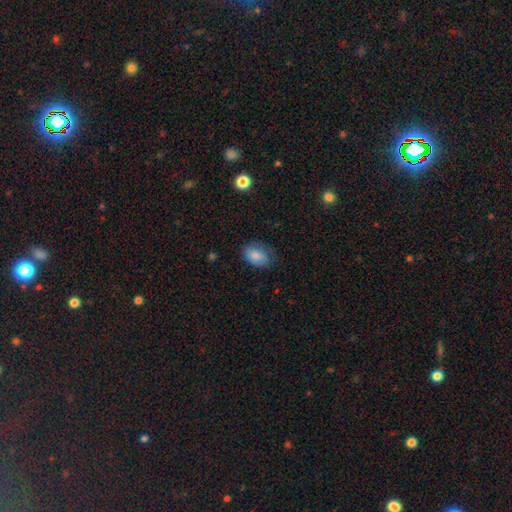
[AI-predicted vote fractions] Morphology: type=smooth (82%); roundness=in between (83%); merging=none (64%).